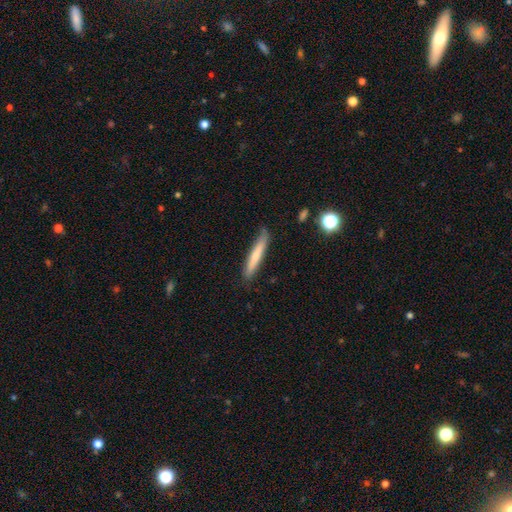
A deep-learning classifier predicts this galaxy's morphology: smooth-or-featured: smooth: 69% | featured or disk: 25% | star or artifact: 6%
  how-rounded: cigar-shaped: 93% | in between: 5% | round: 1%
  merging: none: 80% | minor disturbance: 16% | major disturbance: 3% | merger: 2%